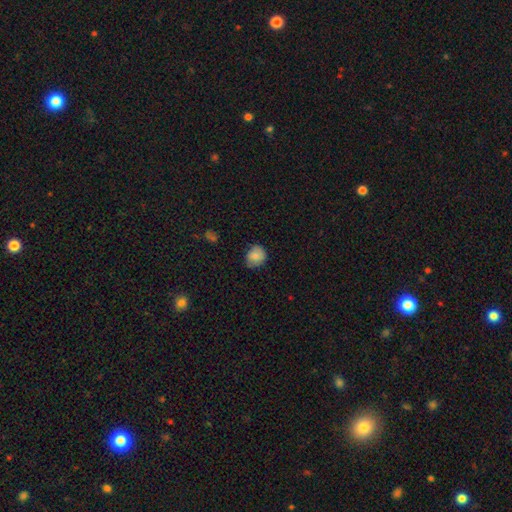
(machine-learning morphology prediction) This is clearly a smooth galaxy (82%). How rounded: likely round (77%). Merging: likely none (74%).